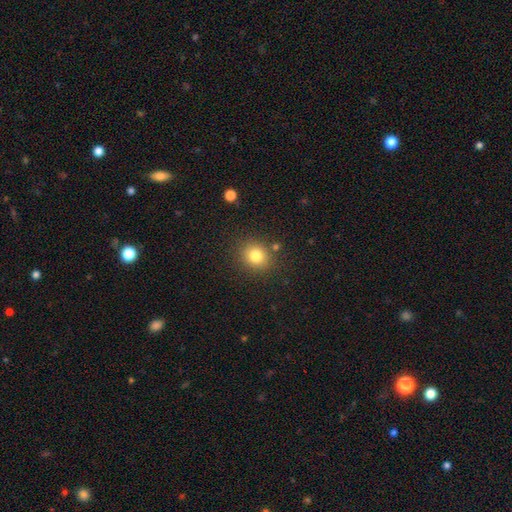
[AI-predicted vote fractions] smooth_or_featured: smooth (p=0.81) [alt: star or artifact p=0.12]
how_rounded: round (p=0.76) [alt: in between p=0.24]
merging: none (p=0.83) [alt: minor disturbance p=0.09]